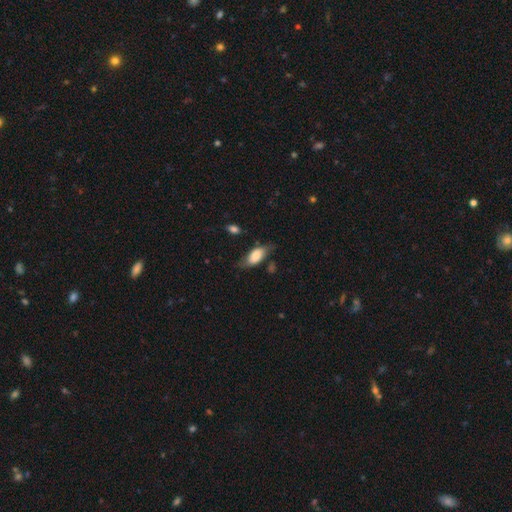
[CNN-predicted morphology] This appears to be a smooth galaxy with no disk features (71%) that is in between round and cigar-shaped (88%). Merging: none (58%).